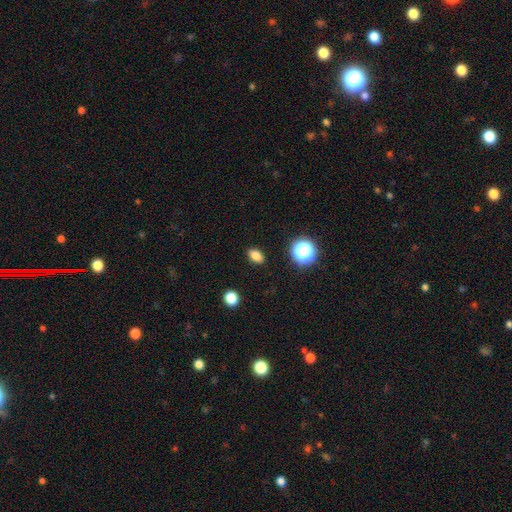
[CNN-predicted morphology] smooth 82%, star or artifact 13%, featured or disk 5%. Down the decision tree: how rounded — in between (81%); merging — none (89%).